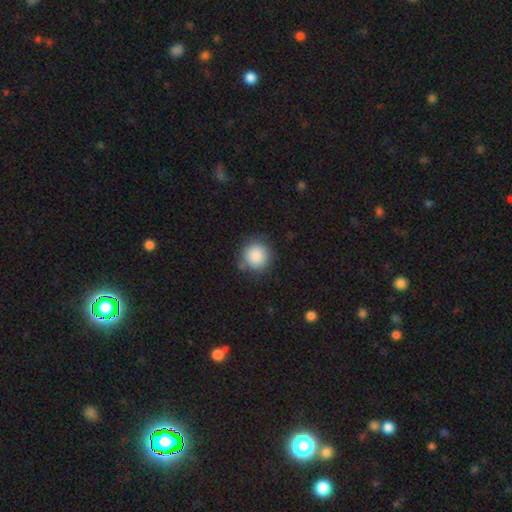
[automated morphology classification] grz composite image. It shows a smooth galaxy with no disk features (87%) that is round (91%). Merging: none (82%).